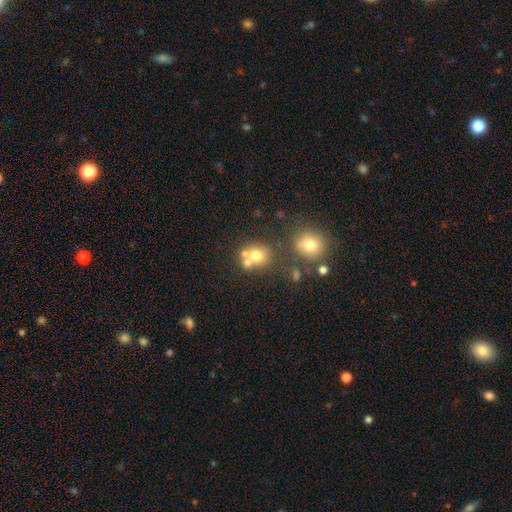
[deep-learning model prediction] smooth 69%, featured or disk 16%, star or artifact 15%. Down the decision tree: how rounded — round (76%); merging — none (49%).